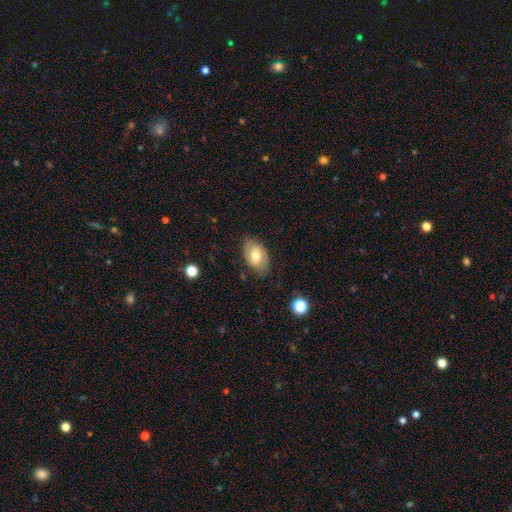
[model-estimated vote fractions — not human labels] Morphology: type=smooth (68%); roundness=in between (90%); merging=none (75%).